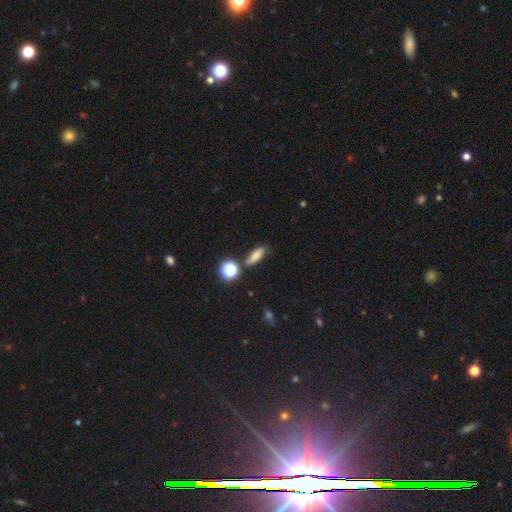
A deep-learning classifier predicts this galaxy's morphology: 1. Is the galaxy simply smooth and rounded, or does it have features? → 73% smooth, 16% star or artifact, 12% featured or disk.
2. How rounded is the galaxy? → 56% in between, 32% cigar-shaped, 12% round.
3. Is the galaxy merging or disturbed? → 69% none, 18% minor disturbance, 8% merger, 5% major disturbance.